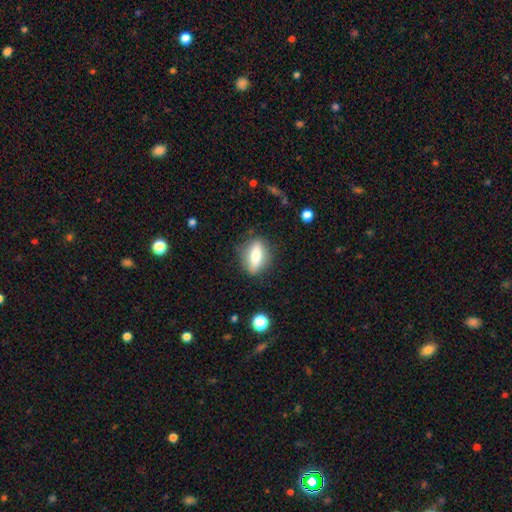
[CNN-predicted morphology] Q: Smooth or featured?
A: smooth (70%); runner-up: featured or disk (23%)
Q: How rounded?
A: in between (68%); runner-up: cigar-shaped (23%)
Q: Merging?
A: none (79%); runner-up: minor disturbance (14%)